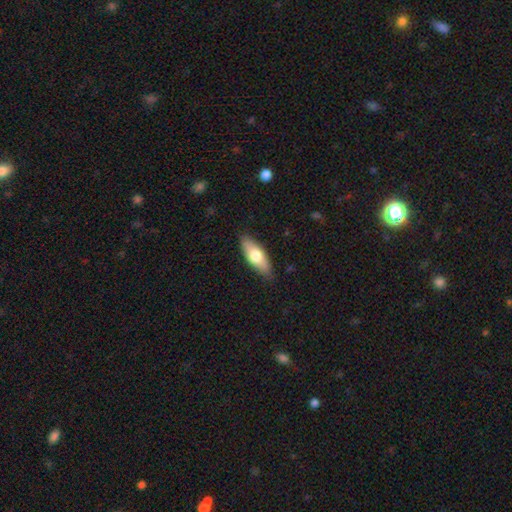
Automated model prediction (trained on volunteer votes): Smooth or featured? Predicted: smooth (p=0.68). How rounded? Predicted: in between (p=0.73). Merging? Predicted: none (p=0.84).